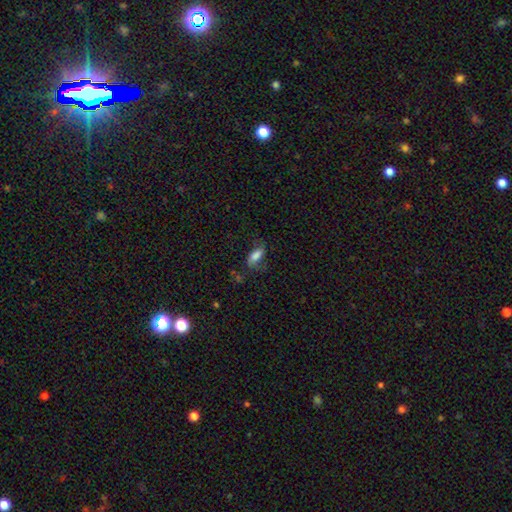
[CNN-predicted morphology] A smooth galaxy with no disk features (71%) that is in between round and cigar-shaped (82%).

Vote fractions:
- Smooth or featured? smooth: 71% / featured or disk: 20% / star or artifact: 9%
- How rounded? in between: 82% / cigar-shaped: 14% / round: 4%
- Merging? none: 53% / minor disturbance: 26% / major disturbance: 18% / merger: 3%